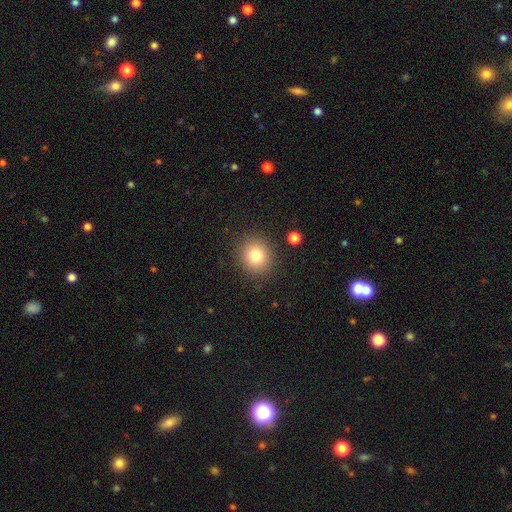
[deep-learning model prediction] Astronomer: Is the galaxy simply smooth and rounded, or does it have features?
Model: smooth — 80%.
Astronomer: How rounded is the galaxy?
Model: round — 85%.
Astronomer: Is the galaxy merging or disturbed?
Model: none — 88%.